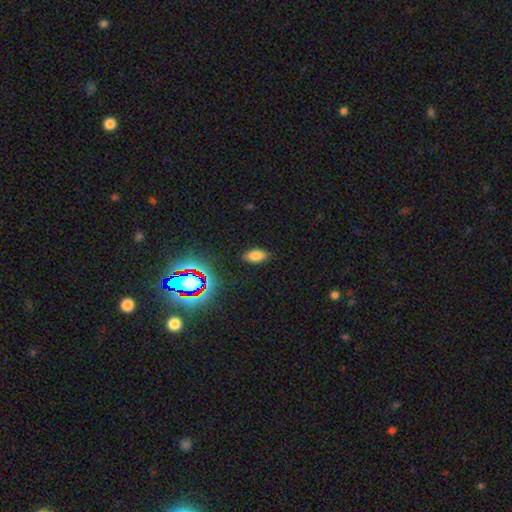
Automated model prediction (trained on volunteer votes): Overall: smooth (77%). How rounded: in between (91%). Merging: none (85%).